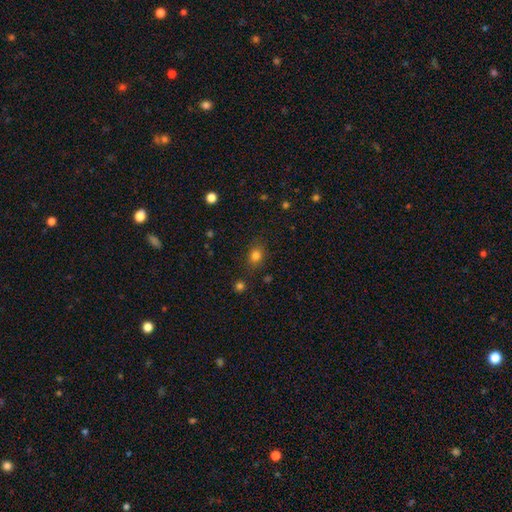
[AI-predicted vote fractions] Q: Smooth or featured?
A: smooth (78%); runner-up: star or artifact (15%)
Q: How rounded?
A: round (53%); runner-up: in between (46%)
Q: Merging?
A: none (80%); runner-up: minor disturbance (13%)